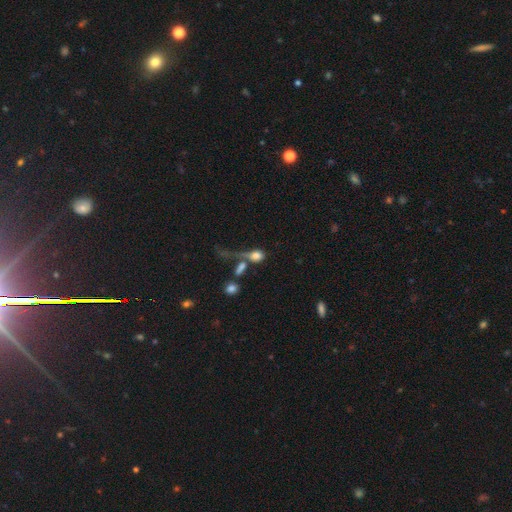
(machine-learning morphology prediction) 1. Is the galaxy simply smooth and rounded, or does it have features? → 69% smooth, 19% featured or disk, 12% star or artifact.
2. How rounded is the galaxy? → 57% in between, 35% round, 8% cigar-shaped.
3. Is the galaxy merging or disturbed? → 37% merger, 26% major disturbance, 25% none, 12% minor disturbance.